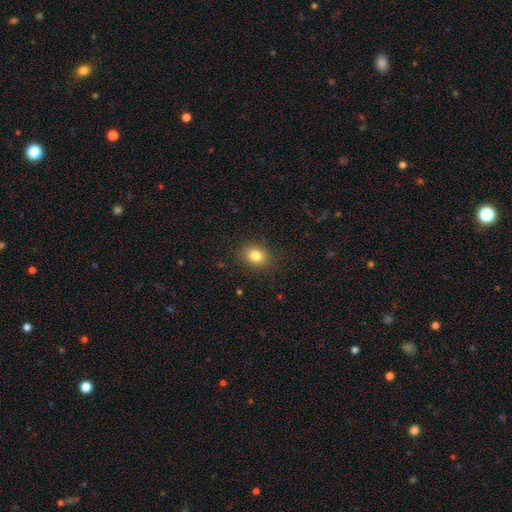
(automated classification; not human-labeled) smooth-or-featured: smooth: 83% | star or artifact: 11% | featured or disk: 7%
  how-rounded: round: 53% | in between: 46% | cigar-shaped: 1%
  merging: none: 88% | minor disturbance: 9% | major disturbance: 3% | merger: 1%